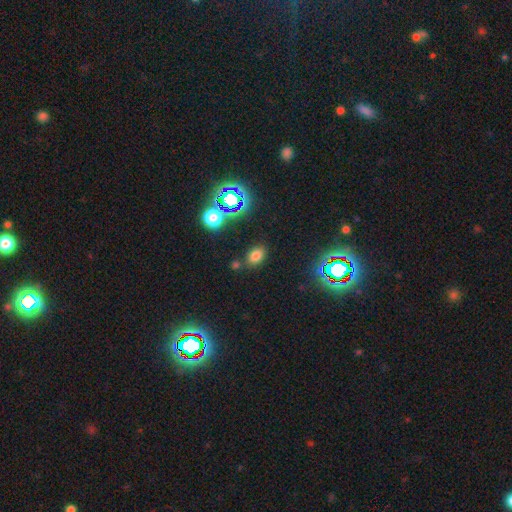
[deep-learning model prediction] smooth_or_featured: smooth (p=0.68) [alt: star or artifact p=0.24]
how_rounded: in between (p=0.77) [alt: round p=0.21]
merging: none (p=0.79) [alt: minor disturbance p=0.11]